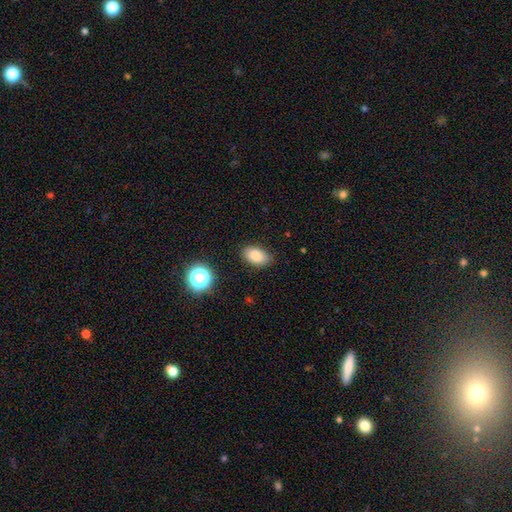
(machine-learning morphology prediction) The model was most divided on "smooth or featured": smooth: 82%, star or artifact: 10%, featured or disk: 7%. More confident: how rounded — in between (90%); merging — none (85%).